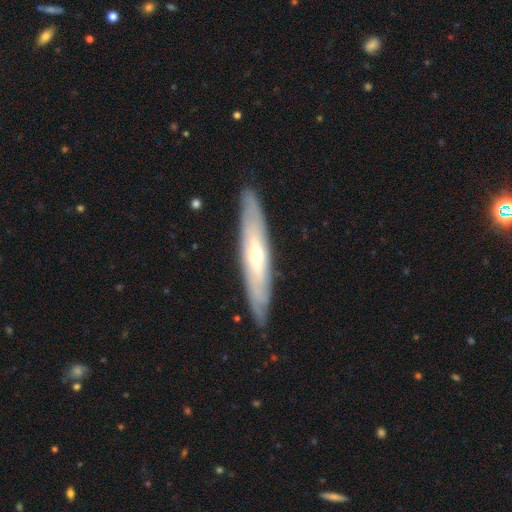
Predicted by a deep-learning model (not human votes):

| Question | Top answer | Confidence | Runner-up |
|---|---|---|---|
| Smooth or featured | featured or disk | 65% | smooth (29%) |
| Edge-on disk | yes | 62% | no (38%) |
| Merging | none | 86% | minor disturbance (11%) |